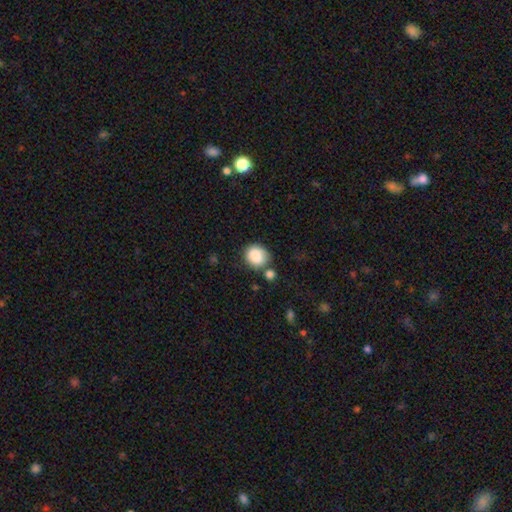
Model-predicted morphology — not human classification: smooth 85%, star or artifact 9%, featured or disk 7%. Down the decision tree: how rounded — round (78%); merging — none (65%).